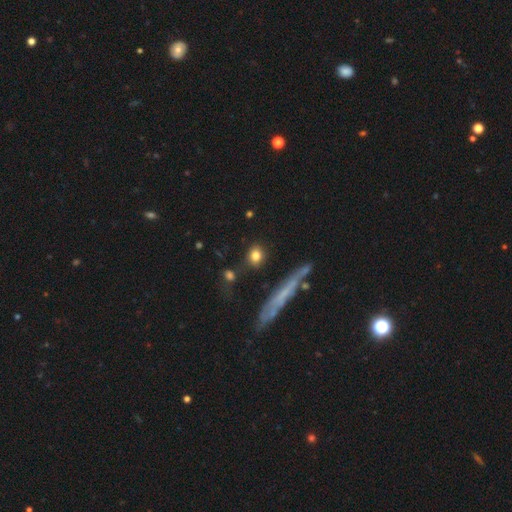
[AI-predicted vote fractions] Q: Smooth or featured?
A: smooth (81%); runner-up: featured or disk (10%)
Q: How rounded?
A: round (71%); runner-up: in between (22%)
Q: Merging?
A: none (82%); runner-up: minor disturbance (10%)